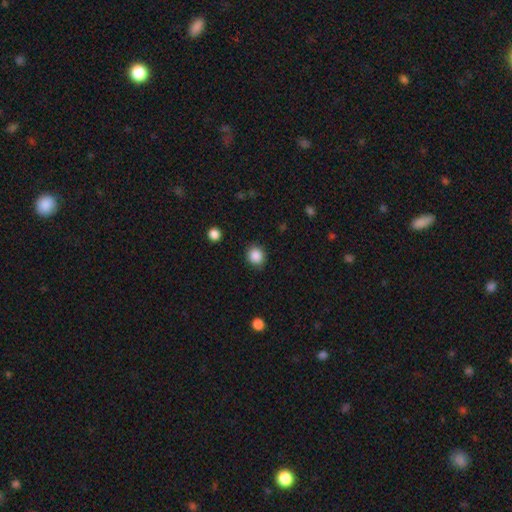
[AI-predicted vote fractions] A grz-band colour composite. It shows a smooth galaxy with no disk features (87%) that is round (78%). Merging: none (87%).